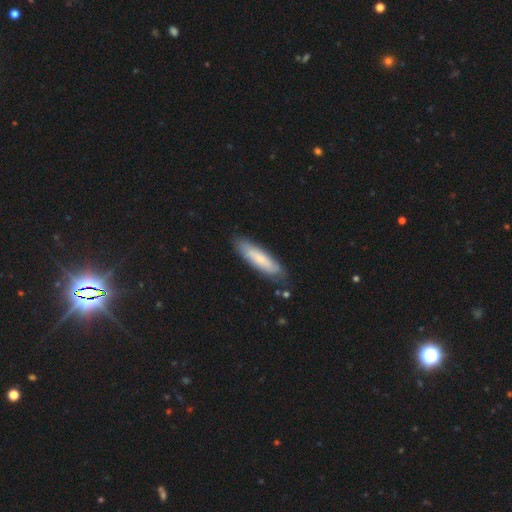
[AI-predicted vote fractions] This appears to be a smooth galaxy with no disk features (63%) that is cigar-shaped (74%). Merging: none (83%).